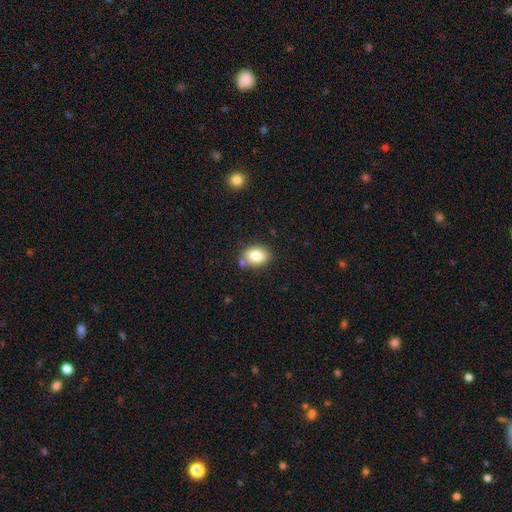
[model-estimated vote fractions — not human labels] This is likely a smooth galaxy (80%). How rounded: likely in between (64%). Merging: likely none (76%).